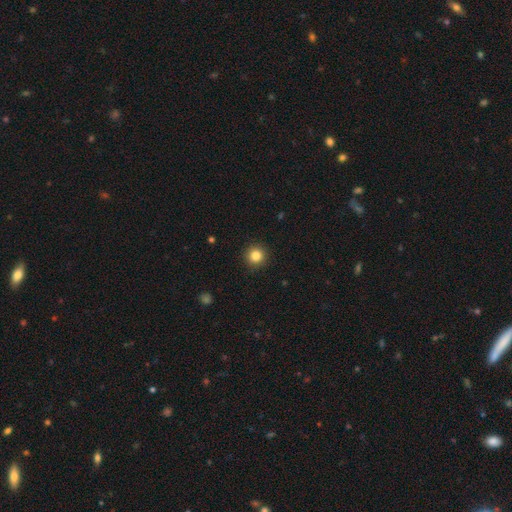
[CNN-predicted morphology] The model was most divided on "smooth or featured": smooth: 84%, star or artifact: 11%, featured or disk: 5%. More confident: how rounded — round (95%); merging — none (92%).